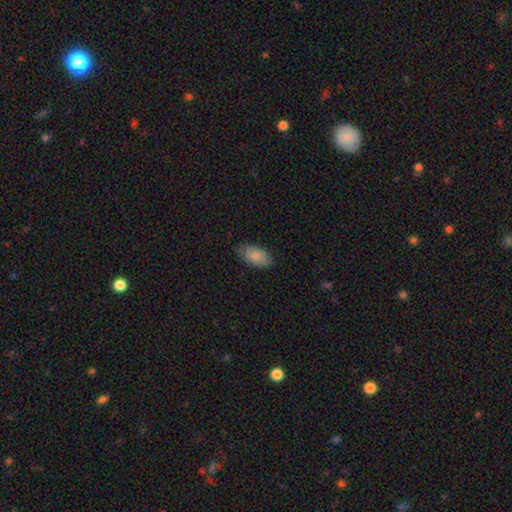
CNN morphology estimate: Smooth or featured?
  - smooth: 86% *
  - featured or disk: 8%
  - star or artifact: 6%
How rounded?
  - in between: 94% *
  - cigar-shaped: 3%
  - round: 3%
Merging?
  - none: 81% *
  - minor disturbance: 15%
  - major disturbance: 3%
  - merger: 1%